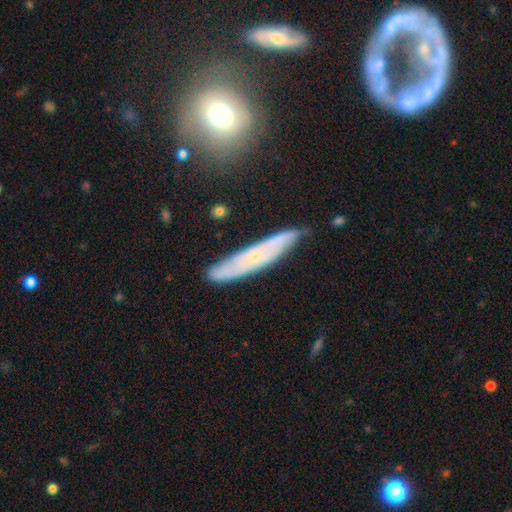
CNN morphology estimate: Smooth or featured?
  - featured or disk: 60% *
  - smooth: 32%
  - star or artifact: 8%
Edge-on disk?
  - no: 52% *
  - yes: 48%
Merging?
  - none: 77% *
  - minor disturbance: 16%
  - major disturbance: 4%
  - merger: 3%